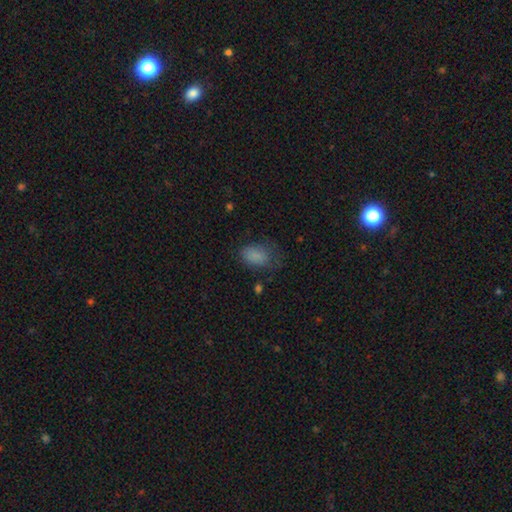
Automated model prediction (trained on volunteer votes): Q: Smooth or featured?
A: smooth (83%); runner-up: star or artifact (11%)
Q: How rounded?
A: in between (86%); runner-up: round (12%)
Q: Merging?
A: none (56%); runner-up: minor disturbance (28%)